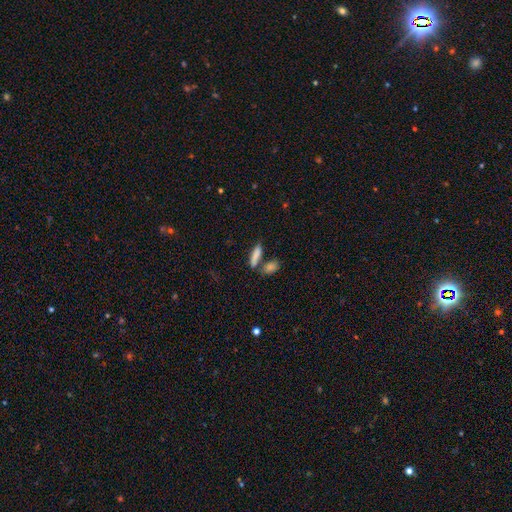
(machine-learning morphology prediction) This appears to be a smooth galaxy with no disk features (82%) that is cigar-shaped (55%). Merging: none (55%).